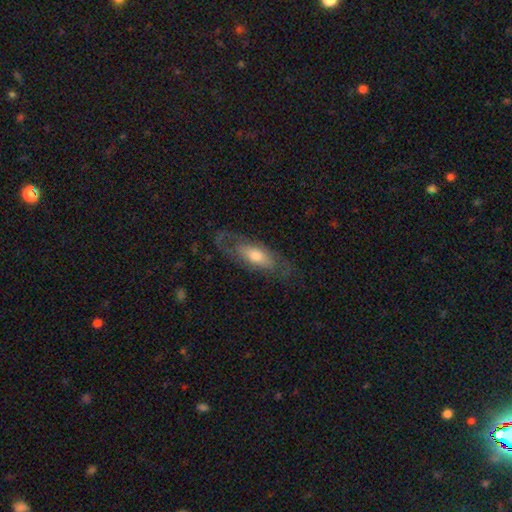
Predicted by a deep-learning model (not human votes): smooth_or_featured: featured or disk (p=0.52) [alt: smooth p=0.42]
disk_edge_on: no (p=0.73) [alt: yes p=0.27]
merging: none (p=0.65) [alt: minor disturbance p=0.19]